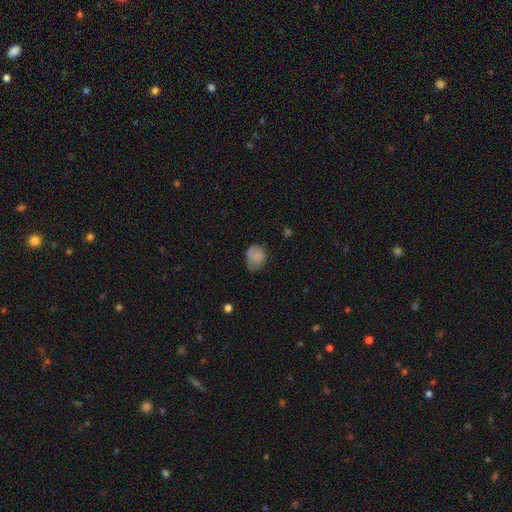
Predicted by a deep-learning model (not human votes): A smooth galaxy with no disk features (77%) that is round (53%).

Vote fractions:
- Smooth or featured? smooth: 77% / featured or disk: 13% / star or artifact: 10%
- How rounded? round: 53% / in between: 46% / cigar-shaped: 1%
- Merging? none: 49% / minor disturbance: 35% / major disturbance: 13% / merger: 2%